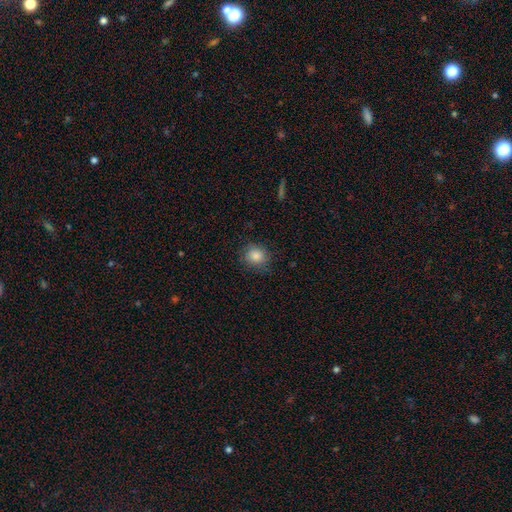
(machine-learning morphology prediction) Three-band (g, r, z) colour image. It shows a smooth galaxy with no disk features (82%) that is round (82%). Merging: none (79%).